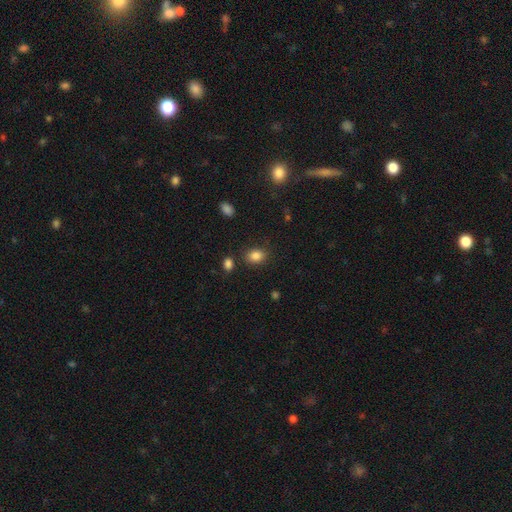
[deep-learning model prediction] This is clearly a smooth galaxy (85%). How rounded: likely in between (62%). Merging: likely none (80%).